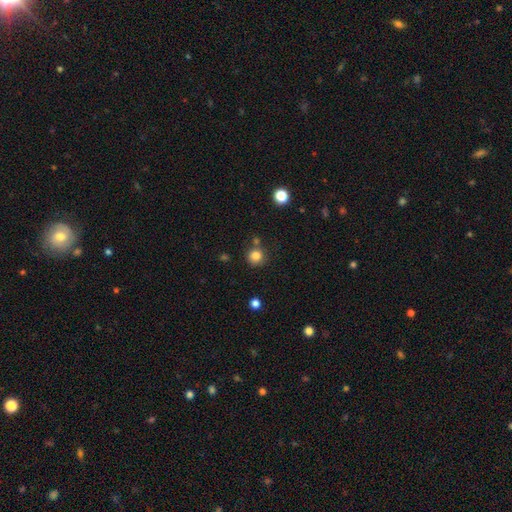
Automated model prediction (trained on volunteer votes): smooth_or_featured: smooth (p=0.83) [alt: star or artifact p=0.12]
how_rounded: round (p=0.92) [alt: in between p=0.07]
merging: none (p=0.75) [alt: merger p=0.11]